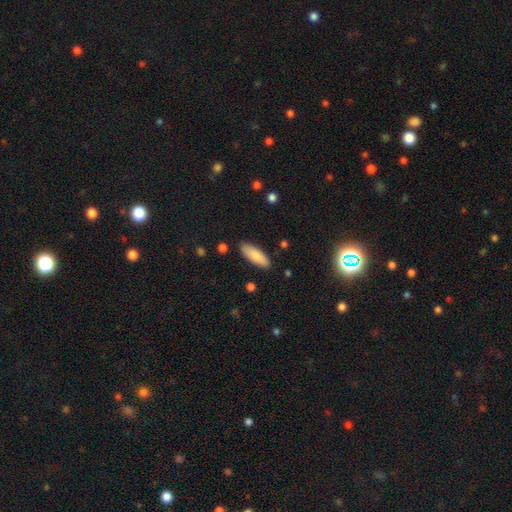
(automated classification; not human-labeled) Morphology: type=smooth (85%); roundness=in between (67%); merging=none (87%).